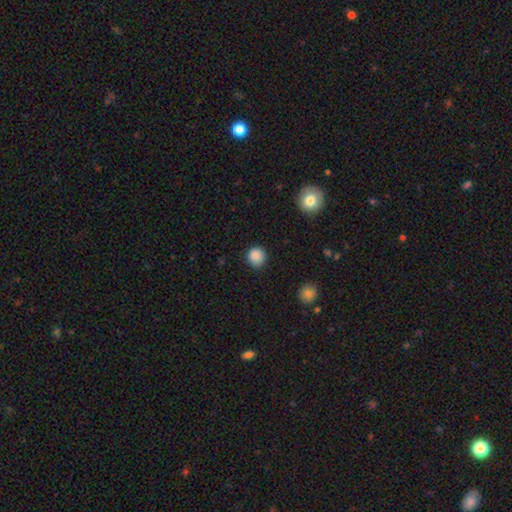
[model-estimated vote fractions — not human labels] smooth_or_featured: smooth (p=0.87) [alt: star or artifact p=0.10]
how_rounded: round (p=0.93) [alt: in between p=0.06]
merging: none (p=0.88) [alt: minor disturbance p=0.09]